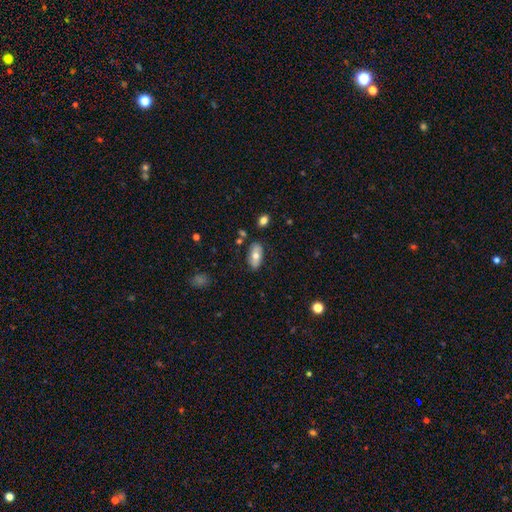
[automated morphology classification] This appears to be a smooth galaxy with no disk features (64%) that is in between round and cigar-shaped (91%). Merging: none (80%).